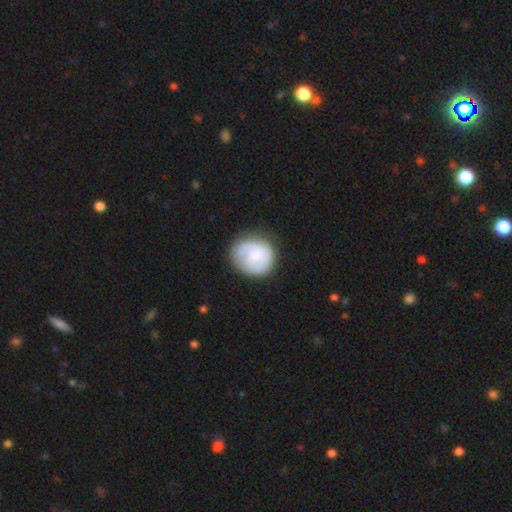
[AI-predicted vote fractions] A featured or disk galaxy (50%).

Vote fractions:
- Smooth or featured? featured or disk: 50% / smooth: 44% / star or artifact: 6%
- Edge-on disk? no: 98% / yes: 2%
- Merging? none: 76% / minor disturbance: 17% / major disturbance: 6% / merger: 2%